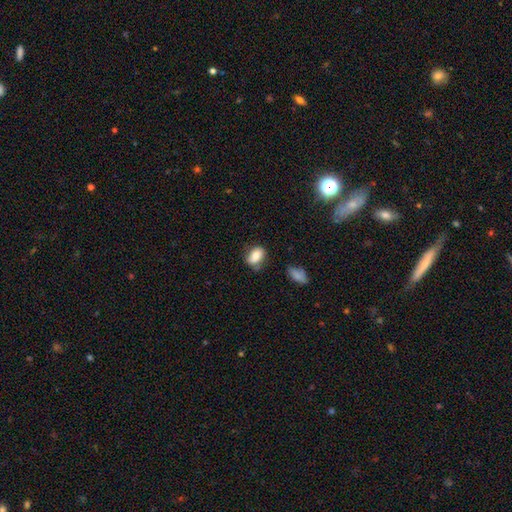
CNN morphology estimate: Smooth or featured?
  - smooth: 81% *
  - featured or disk: 11%
  - star or artifact: 8%
How rounded?
  - in between: 82% *
  - round: 16%
  - cigar-shaped: 3%
Merging?
  - none: 61% *
  - minor disturbance: 25%
  - merger: 7%
  - major disturbance: 6%